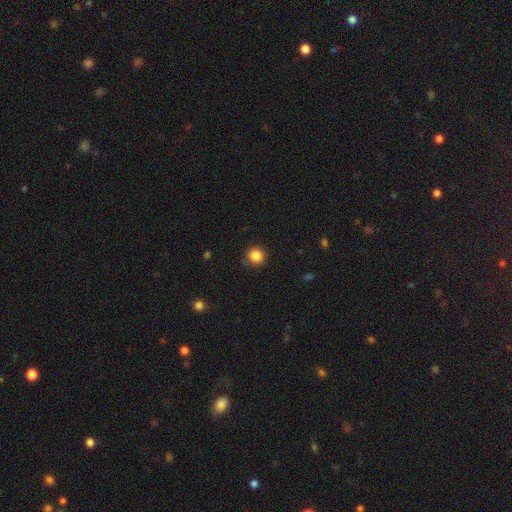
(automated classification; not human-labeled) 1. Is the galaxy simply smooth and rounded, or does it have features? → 85% smooth, 11% star or artifact, 4% featured or disk.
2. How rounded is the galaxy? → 93% round, 6% in between, 1% cigar-shaped.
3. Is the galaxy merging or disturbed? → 85% none, 11% minor disturbance, 3% major disturbance, 1% merger.